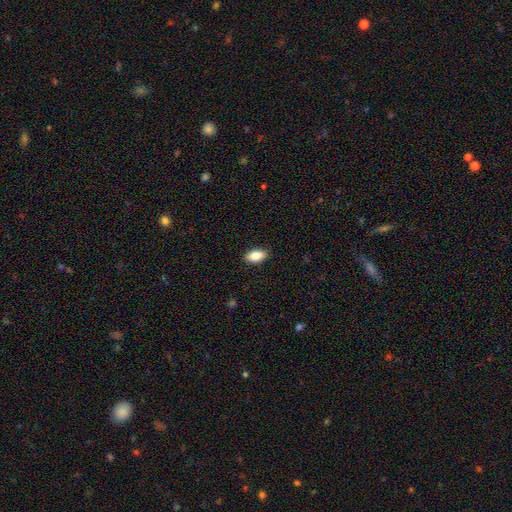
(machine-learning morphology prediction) A smooth galaxy with no disk features (85%) that is in between round and cigar-shaped (91%). Merging: none (89%).